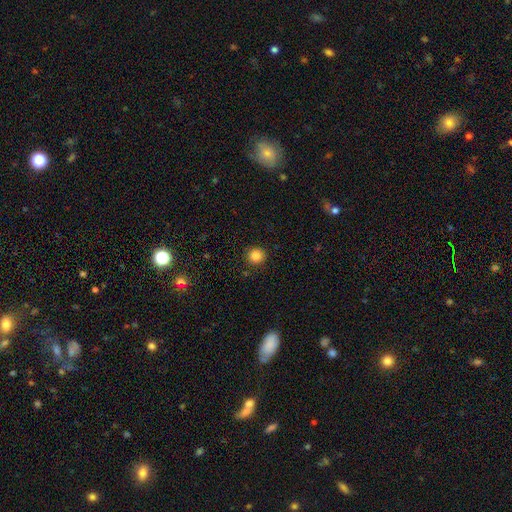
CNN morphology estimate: Smooth or featured? Predicted: smooth (p=0.84). How rounded? Predicted: round (p=0.92). Merging? Predicted: none (p=0.90).